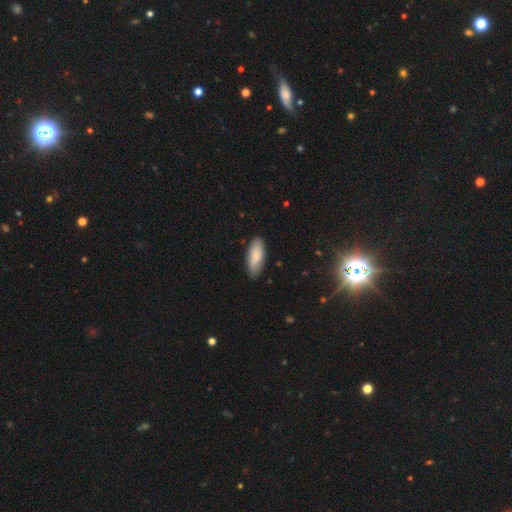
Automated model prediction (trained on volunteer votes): The model was most divided on "how rounded": in between: 80%, cigar-shaped: 18%, round: 2%. More confident: merging — none (82%); smooth or featured — smooth (80%).